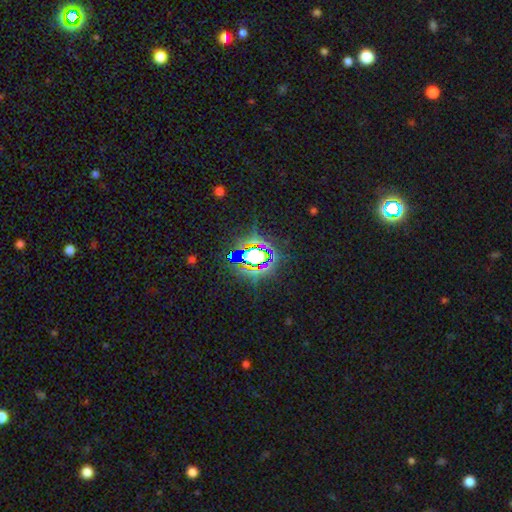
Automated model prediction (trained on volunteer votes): Smooth or featured? Predicted: star or artifact (p=0.70).